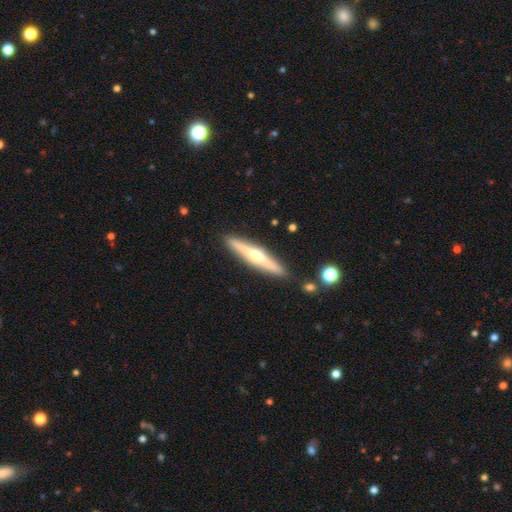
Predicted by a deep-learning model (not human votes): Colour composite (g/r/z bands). It shows a featured or disk galaxy (67%) viewed edge-on (97%) with a rounded central bulge (89%). Merging: none (89%).